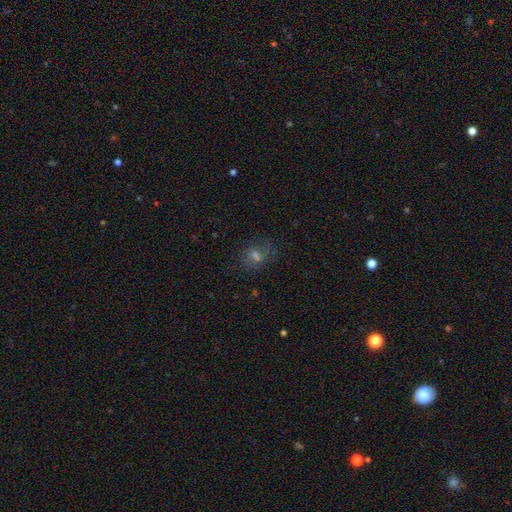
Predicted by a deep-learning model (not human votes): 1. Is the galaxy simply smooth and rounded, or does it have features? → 49% smooth, 28% star or artifact, 23% featured or disk.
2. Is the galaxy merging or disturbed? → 69% none, 17% minor disturbance, 11% major disturbance, 4% merger.